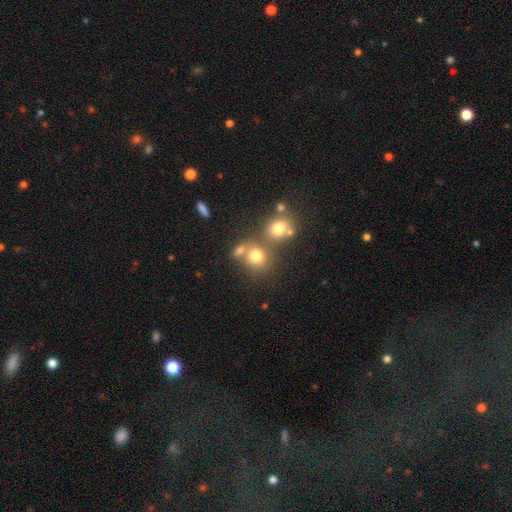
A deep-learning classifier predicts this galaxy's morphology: The model was most divided on "merging": none: 50%, merger: 34%, minor disturbance: 10%, major disturbance: 5%. More confident: smooth or featured — smooth (74%); how rounded — round (74%).